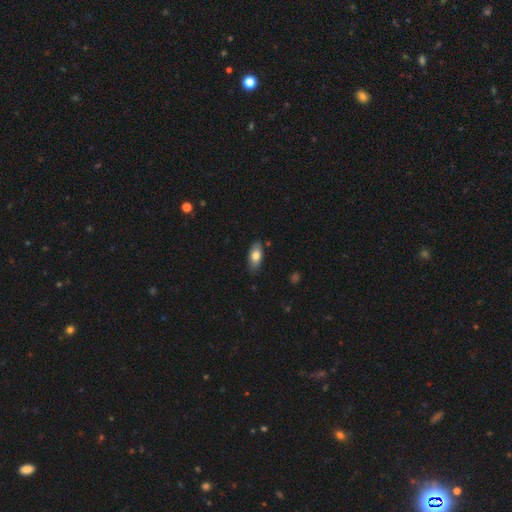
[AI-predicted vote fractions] Smooth or featured: smooth — 76% (featured or disk — 18%)
How rounded: in between — 88% (cigar-shaped — 9%)
Merging: none — 81% (minor disturbance — 15%)